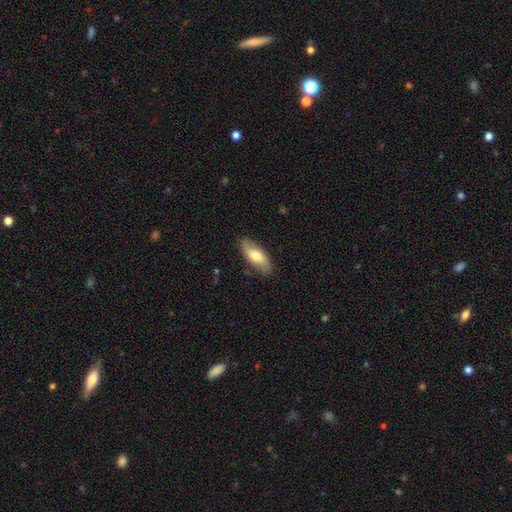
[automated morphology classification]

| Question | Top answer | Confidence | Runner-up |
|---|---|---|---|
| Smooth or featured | smooth | 67% | featured or disk (27%) |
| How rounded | in between | 81% | cigar-shaped (17%) |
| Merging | none | 83% | minor disturbance (13%) |